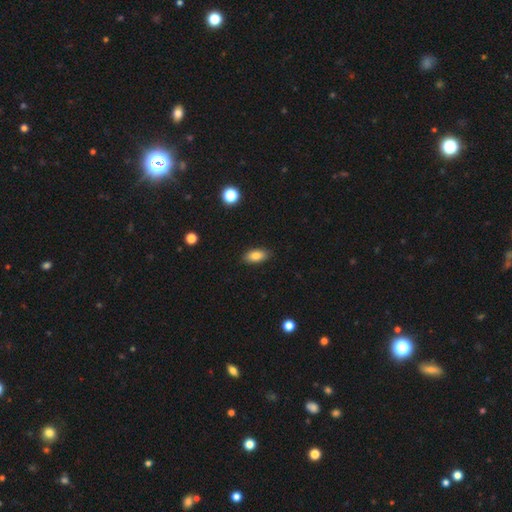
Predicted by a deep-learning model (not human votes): Smooth or featured? smooth (83%)
How rounded? in between (89%)
Merging? none (88%)